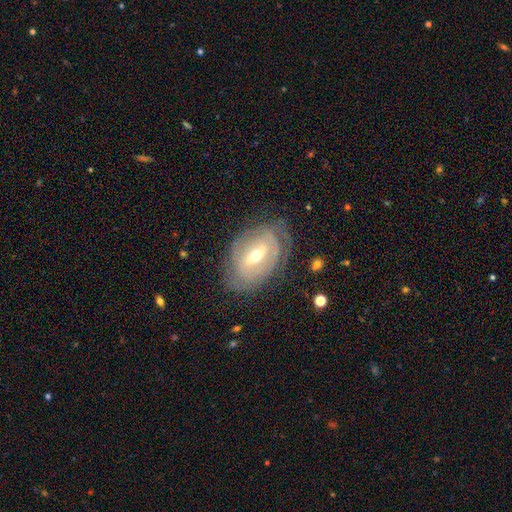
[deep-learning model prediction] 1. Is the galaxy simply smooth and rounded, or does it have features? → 76% featured or disk, 17% smooth, 6% star or artifact.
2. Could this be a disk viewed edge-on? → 93% no, 7% yes.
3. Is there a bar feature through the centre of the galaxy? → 43% weak, 38% strong, 19% no.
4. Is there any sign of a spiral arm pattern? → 71% yes, 29% no.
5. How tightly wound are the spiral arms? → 64% tight, 25% medium, 11% loose.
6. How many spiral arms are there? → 42% can't tell, 39% 2, 7% 3, 7% 1, 3% 4, 2% more than 4.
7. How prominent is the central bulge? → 62% moderate, 33% small, 3% large, 1% dominant, 1% none.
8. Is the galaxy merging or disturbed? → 67% none, 21% minor disturbance, 10% major disturbance, 1% merger.